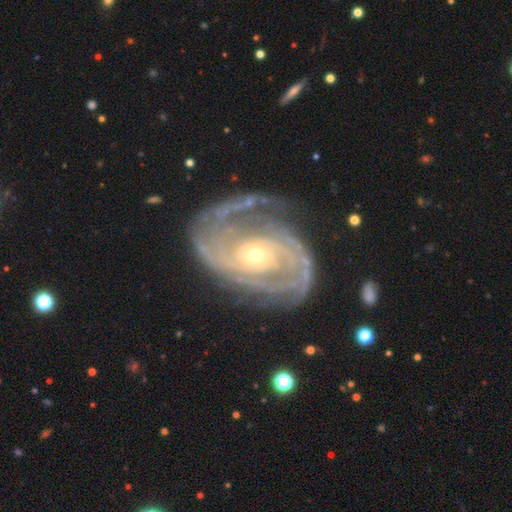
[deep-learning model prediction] Smooth or featured: featured or disk — 92% (star or artifact — 5%)
Edge-on disk: no — 97% (yes — 3%)
Bar: no — 71% (weak — 20%)
Spiral arms: yes — 98% (no — 2%)
Spiral winding: tight — 67% (medium — 28%)
Spiral arm count: 2 — 46% (3 — 17%)
Bulge size: small — 72% (moderate — 24%)
Merging: none — 68% (minor disturbance — 19%)